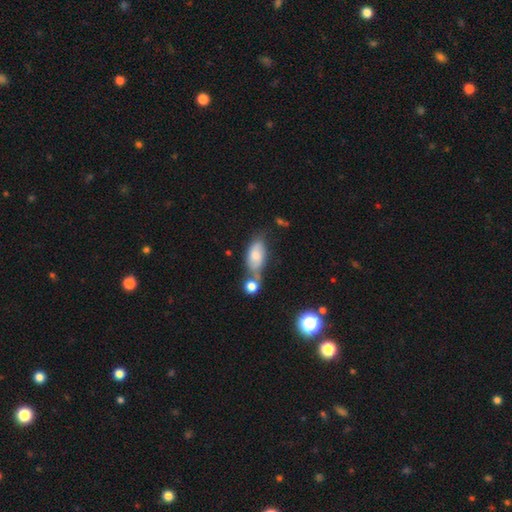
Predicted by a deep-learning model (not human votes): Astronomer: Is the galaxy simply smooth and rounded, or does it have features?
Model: smooth — 71%.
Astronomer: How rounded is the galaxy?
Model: in between — 89%.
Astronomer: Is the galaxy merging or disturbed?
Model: merger — 37% (runner-up: none, 35%).